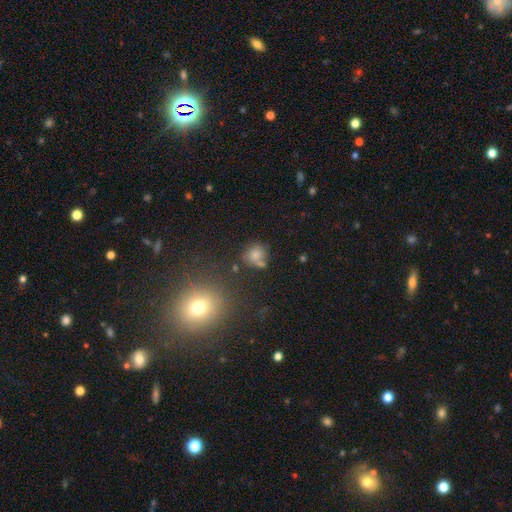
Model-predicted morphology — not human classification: type=smooth (72%); roundness=round (80%); merging=none (56%).